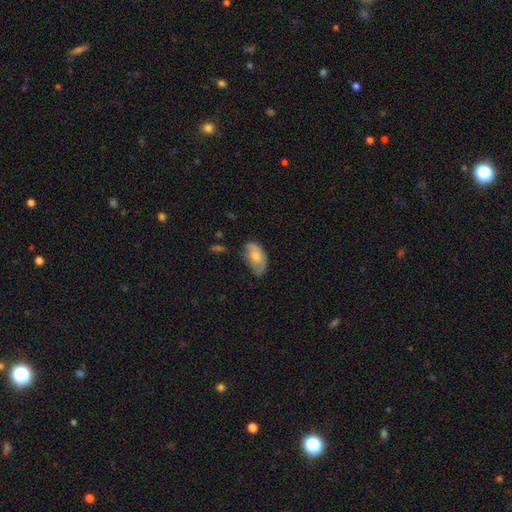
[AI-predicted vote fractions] smooth_or_featured: smooth (p=0.63) [alt: featured or disk p=0.31]
how_rounded: in between (p=0.92) [alt: round p=0.06]
merging: none (p=0.45) [alt: minor disturbance p=0.39]